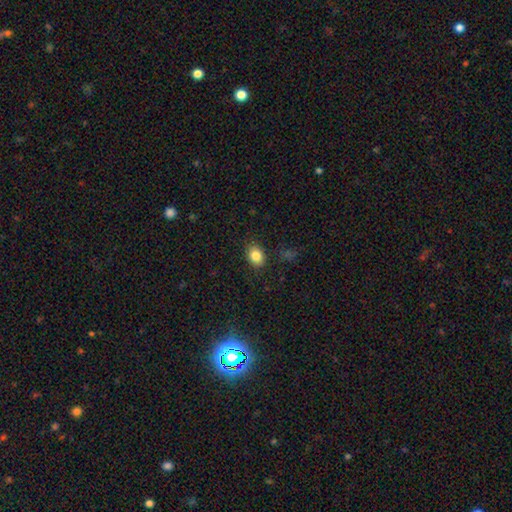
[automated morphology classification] This appears to be a smooth galaxy with no disk features (84%) that is in between round and cigar-shaped (63%). Merging: none (87%).